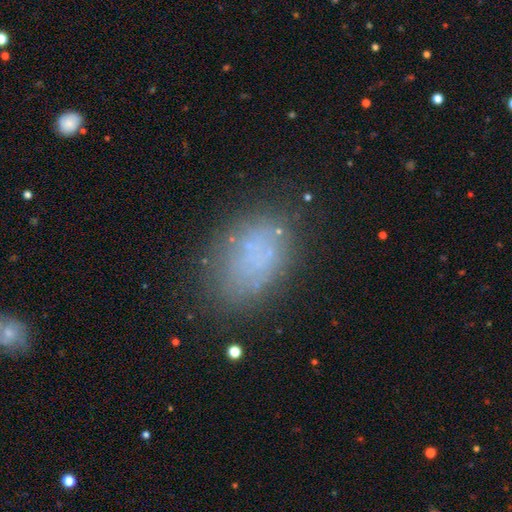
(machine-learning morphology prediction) Q: Smooth or featured?
A: smooth (60%); runner-up: featured or disk (22%)
Q: How rounded?
A: in between (81%); runner-up: round (17%)
Q: Merging?
A: none (71%); runner-up: minor disturbance (16%)